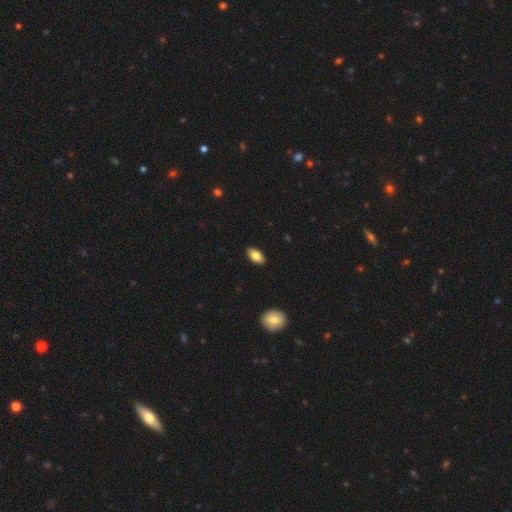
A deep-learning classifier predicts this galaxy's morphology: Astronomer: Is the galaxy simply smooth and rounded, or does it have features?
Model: smooth — 83%.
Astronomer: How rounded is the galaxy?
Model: in between — 93%.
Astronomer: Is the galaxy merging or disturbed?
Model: none — 90%.